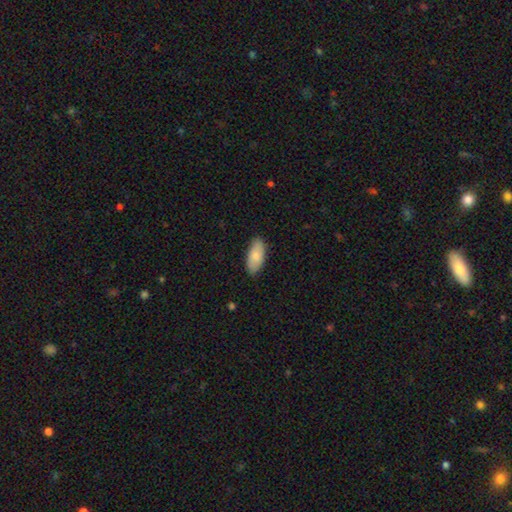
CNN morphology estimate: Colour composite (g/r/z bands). It shows a smooth galaxy with no disk features (81%) that is in between round and cigar-shaped (90%). Merging: none (85%).